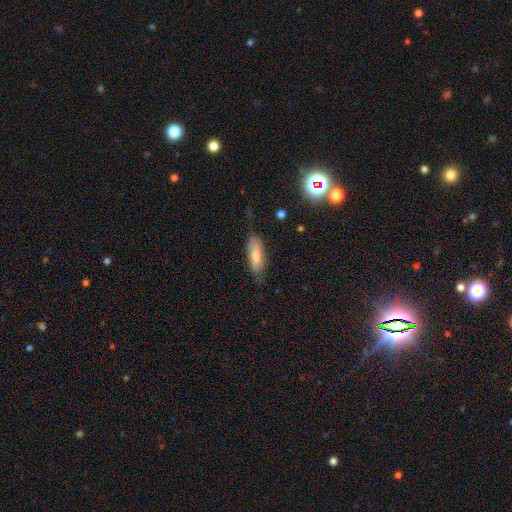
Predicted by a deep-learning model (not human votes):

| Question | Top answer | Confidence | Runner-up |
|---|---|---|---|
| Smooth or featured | smooth | 73% | featured or disk (20%) |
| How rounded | in between | 56% | cigar-shaped (42%) |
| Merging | none | 64% | minor disturbance (27%) |